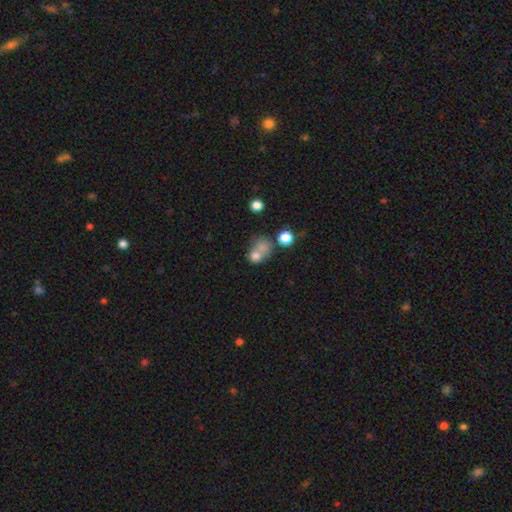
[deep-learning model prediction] Q: Smooth or featured?
A: smooth (61%); runner-up: star or artifact (21%)
Q: How rounded?
A: round (64%); runner-up: in between (34%)
Q: Merging?
A: merger (43%); runner-up: none (37%)